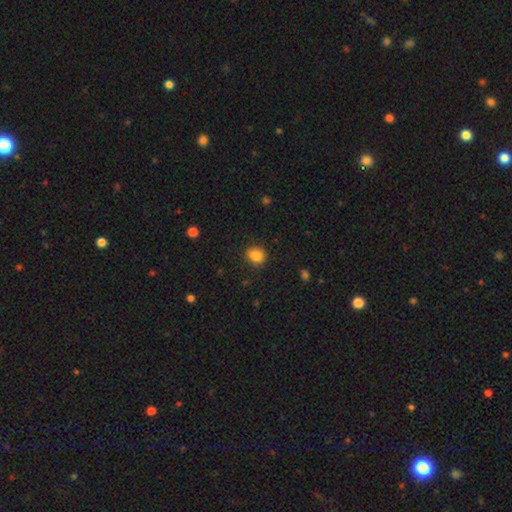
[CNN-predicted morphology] smooth_or_featured: smooth (p=0.85) [alt: star or artifact p=0.10]
how_rounded: round (p=0.62) [alt: in between p=0.37]
merging: none (p=0.79) [alt: minor disturbance p=0.15]